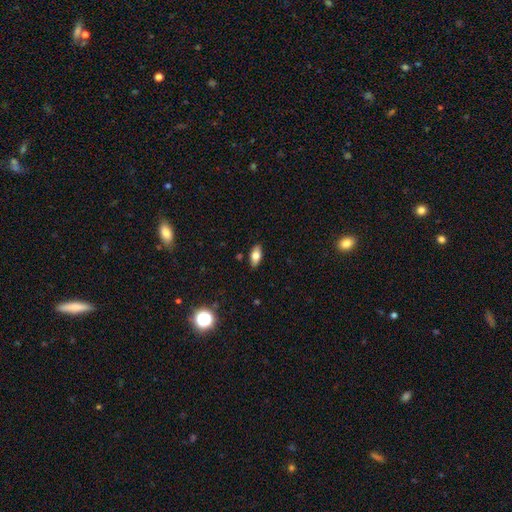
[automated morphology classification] smooth-or-featured: smooth: 75% | featured or disk: 17% | star or artifact: 8%
  how-rounded: in between: 88% | cigar-shaped: 8% | round: 3%
  merging: none: 87% | minor disturbance: 9% | major disturbance: 2% | merger: 1%